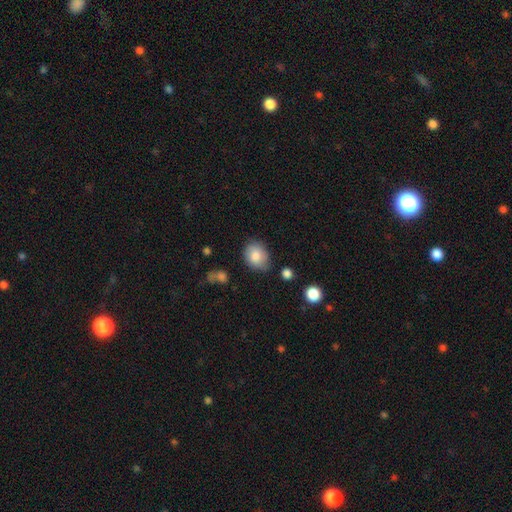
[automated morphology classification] Smooth or featured? smooth (82%)
How rounded? in between (52%)
Merging? none (71%)